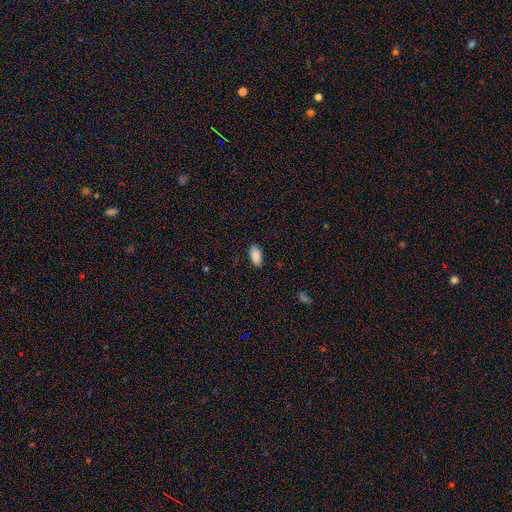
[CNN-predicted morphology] This is clearly a smooth galaxy (89%). How rounded: clearly in between (92%). Merging: clearly none (87%).